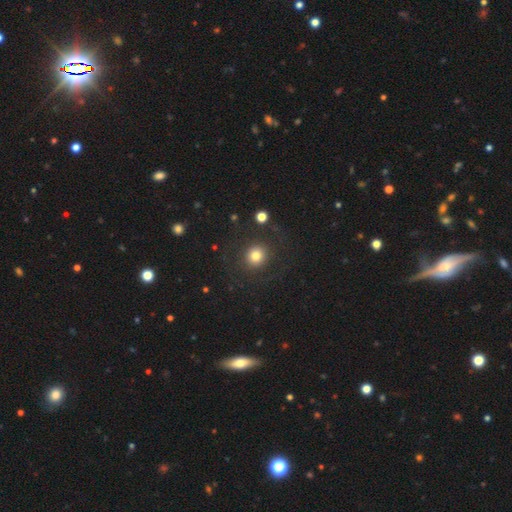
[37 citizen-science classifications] Volunteers were most divided on "smooth or featured": smooth: 70%, featured or disk: 19%, star or artifact: 11%. More confident: how rounded — round (92%); merging — none (88%).